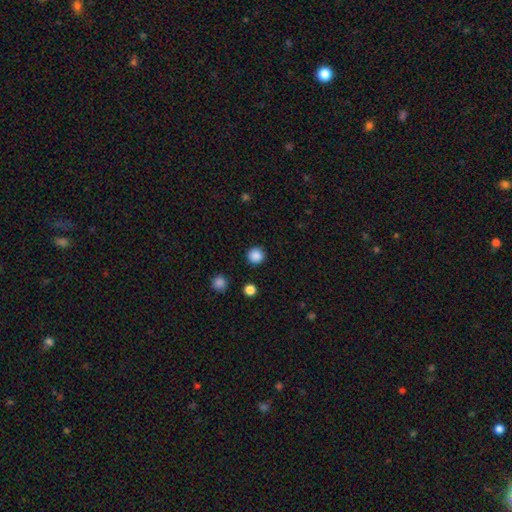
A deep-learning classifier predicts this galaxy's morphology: The model was most divided on "smooth or featured": smooth: 87%, star or artifact: 11%, featured or disk: 3%. More confident: how rounded — round (95%); merging — none (92%).